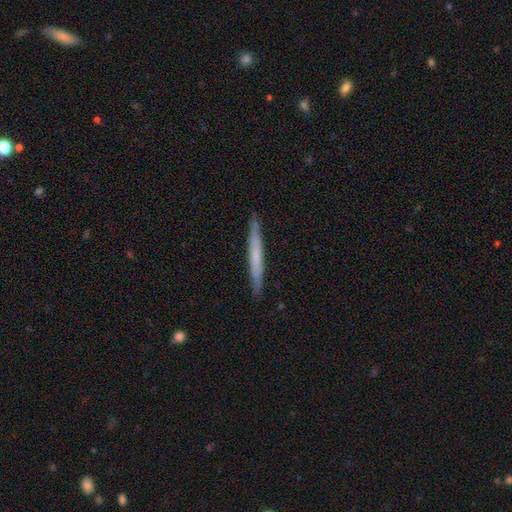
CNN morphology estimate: smooth_or_featured: smooth (p=0.55) [alt: featured or disk p=0.39]
how_rounded: cigar-shaped (p=0.97) [alt: in between p=0.02]
merging: none (p=0.91) [alt: minor disturbance p=0.07]